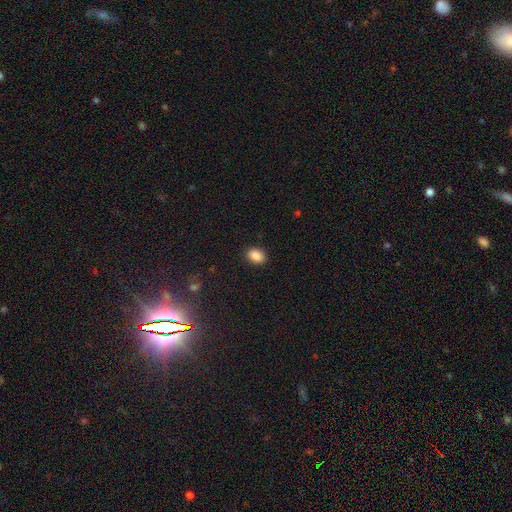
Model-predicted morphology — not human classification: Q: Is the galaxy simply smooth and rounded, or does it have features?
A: smooth — 88%.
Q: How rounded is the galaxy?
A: in between — 73%.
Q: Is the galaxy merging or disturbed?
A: none — 89%.